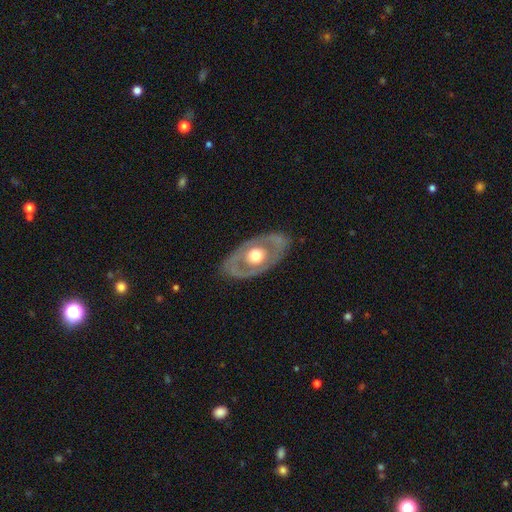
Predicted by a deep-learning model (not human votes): A featured or disk galaxy (62%) with no bar (90%), no spiral arms (86%) and a moderate central bulge (58%).

Vote fractions:
- Smooth or featured? featured or disk: 62% / smooth: 34% / star or artifact: 5%
- Edge-on disk? no: 87% / yes: 13%
- Bar? no: 90% / weak: 7% / strong: 2%
- Spiral arms? no: 86% / yes: 14%
- Bulge size? moderate: 58% / large: 35% / small: 4% / dominant: 2% / none: 1%
- Merging? none: 80% / minor disturbance: 13% / major disturbance: 5% / merger: 1%